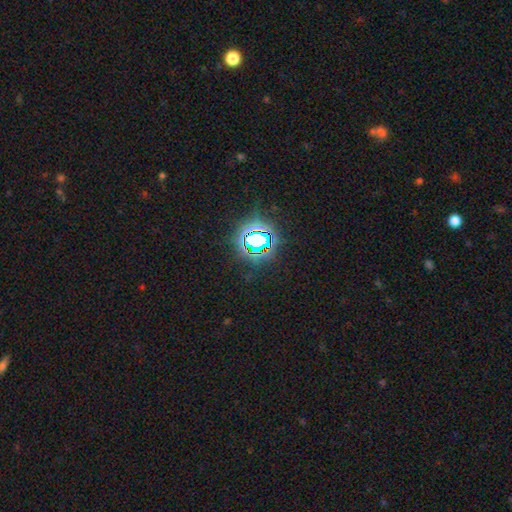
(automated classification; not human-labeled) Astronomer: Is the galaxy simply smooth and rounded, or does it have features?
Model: star or artifact — 82%.